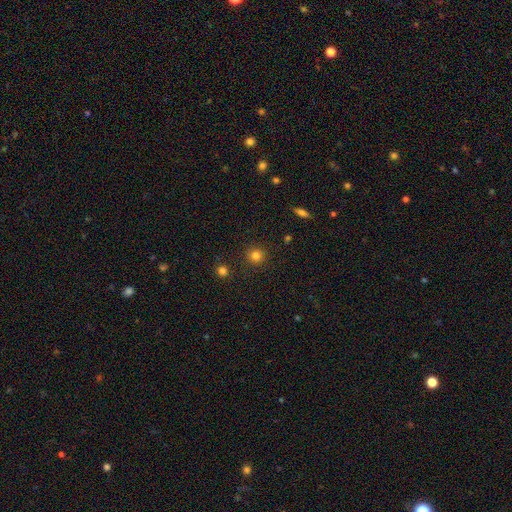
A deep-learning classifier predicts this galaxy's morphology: Q: Smooth or featured?
A: smooth (81%); runner-up: star or artifact (14%)
Q: How rounded?
A: round (94%); runner-up: in between (5%)
Q: Merging?
A: none (91%); runner-up: minor disturbance (6%)